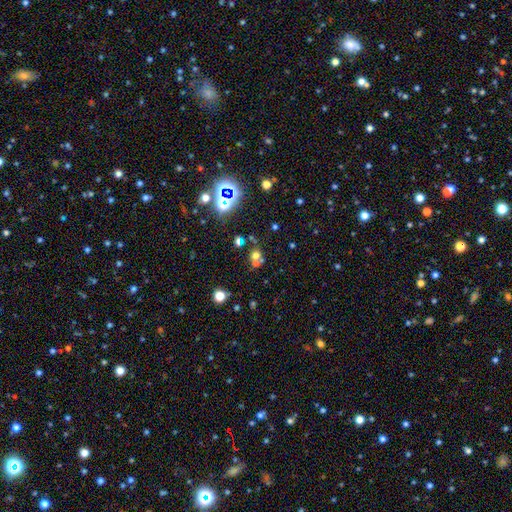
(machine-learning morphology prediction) This appears to be a smooth galaxy with no disk features (49%). Merging: none (55%).